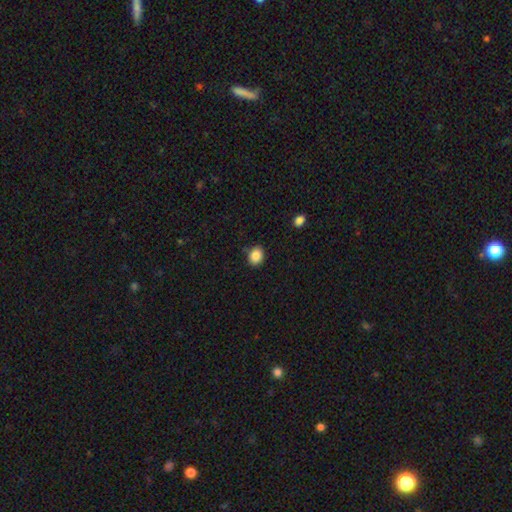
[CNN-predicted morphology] Smooth or featured? smooth (86%)
How rounded? round (56%)
Merging? none (85%)